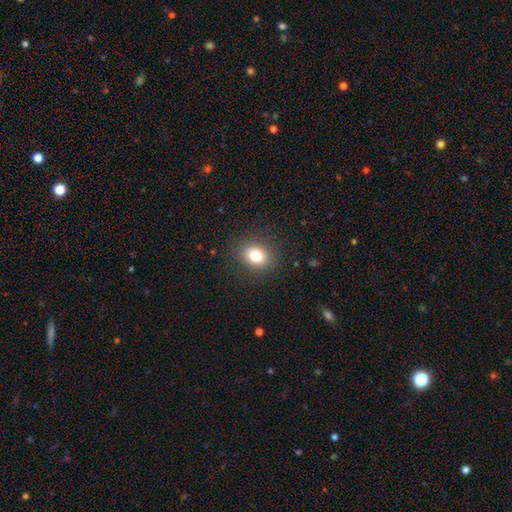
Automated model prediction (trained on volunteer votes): Smooth or featured?
  - smooth: 80% *
  - star or artifact: 12%
  - featured or disk: 8%
How rounded?
  - round: 55% *
  - in between: 44%
  - cigar-shaped: 1%
Merging?
  - none: 88% *
  - minor disturbance: 8%
  - major disturbance: 3%
  - merger: 1%